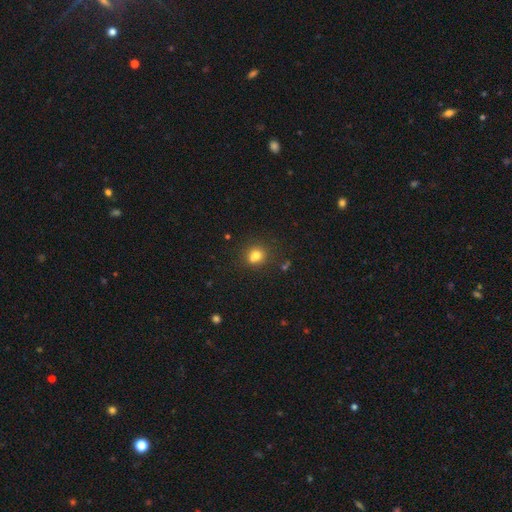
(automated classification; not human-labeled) Overall: smooth (75%). How rounded: round (75%). Merging: none (55%; merger 27%).